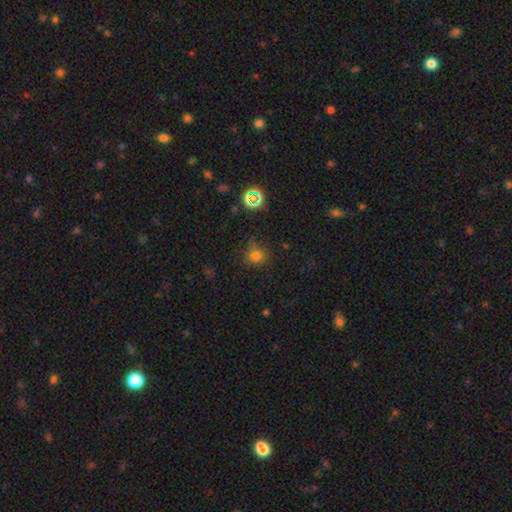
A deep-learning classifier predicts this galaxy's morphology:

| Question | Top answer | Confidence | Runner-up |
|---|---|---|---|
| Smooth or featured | smooth | 68% | star or artifact (25%) |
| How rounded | round | 88% | in between (11%) |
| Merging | none | 74% | minor disturbance (16%) |